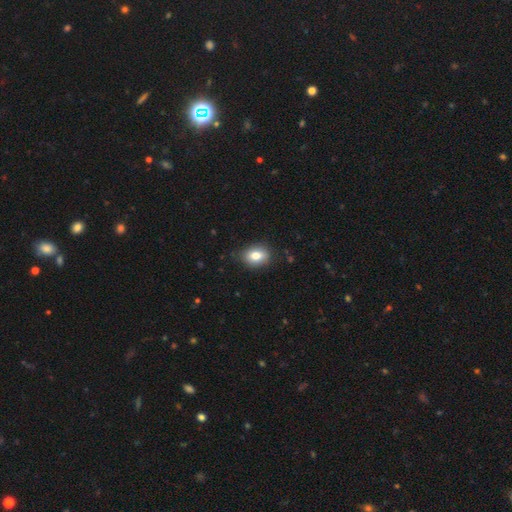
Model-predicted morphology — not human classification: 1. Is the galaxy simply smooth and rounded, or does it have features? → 81% smooth, 10% featured or disk, 9% star or artifact.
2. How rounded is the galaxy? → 68% in between, 31% round, 1% cigar-shaped.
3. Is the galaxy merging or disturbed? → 83% none, 13% minor disturbance, 3% major disturbance, 1% merger.